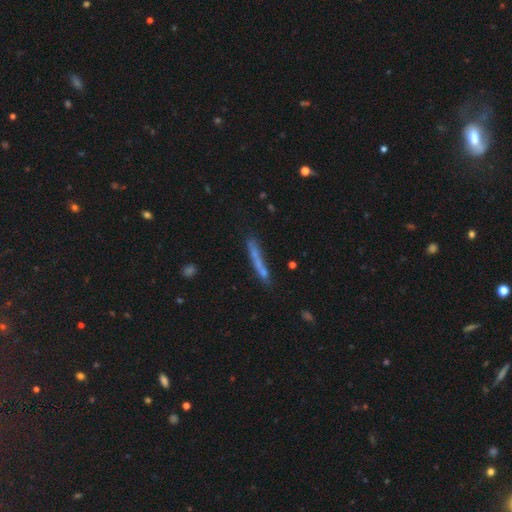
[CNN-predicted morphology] Overall: smooth (55%; featured or disk 29%). How rounded: cigar-shaped (91%). Merging: none (74%).